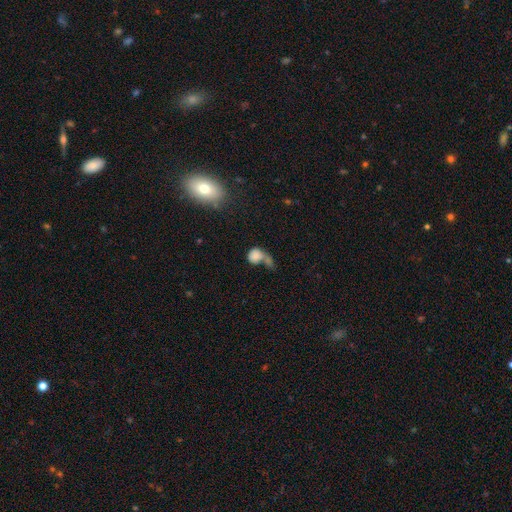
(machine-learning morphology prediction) Smooth or featured?
  - smooth: 77% *
  - featured or disk: 13%
  - star or artifact: 11%
How rounded?
  - round: 65% *
  - in between: 33%
  - cigar-shaped: 2%
Merging?
  - merger: 45% *
  - none: 24%
  - major disturbance: 18%
  - minor disturbance: 12%